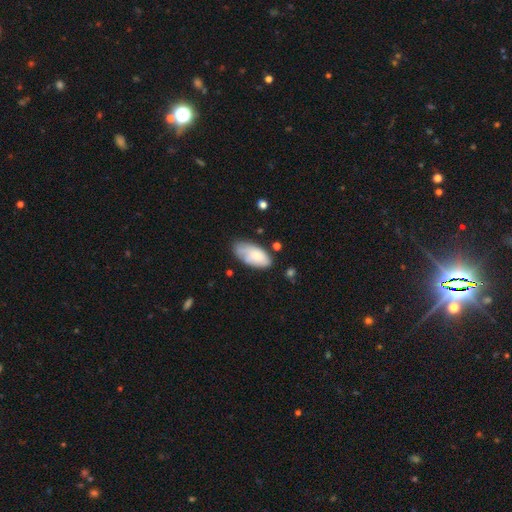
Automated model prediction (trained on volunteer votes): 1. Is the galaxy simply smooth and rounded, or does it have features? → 72% smooth, 22% featured or disk, 6% star or artifact.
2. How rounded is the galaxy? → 93% in between, 5% cigar-shaped, 2% round.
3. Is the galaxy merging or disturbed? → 57% none, 30% minor disturbance, 9% major disturbance, 5% merger.